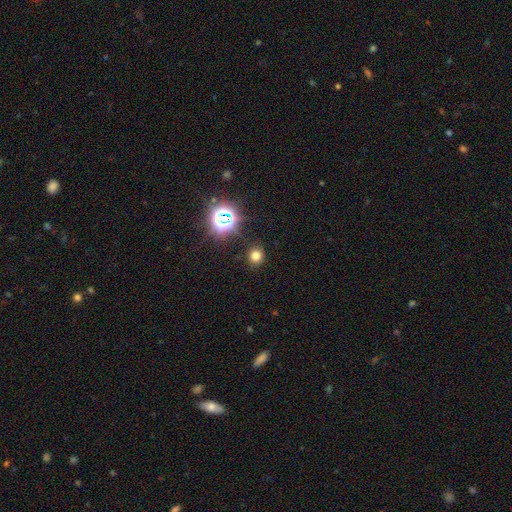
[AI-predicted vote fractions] A smooth galaxy with no disk features (70%) that is round (81%).

Vote fractions:
- Smooth or featured? smooth: 70% / star or artifact: 24% / featured or disk: 6%
- How rounded? round: 81% / in between: 18% / cigar-shaped: 1%
- Merging? none: 86% / minor disturbance: 9% / major disturbance: 3% / merger: 2%